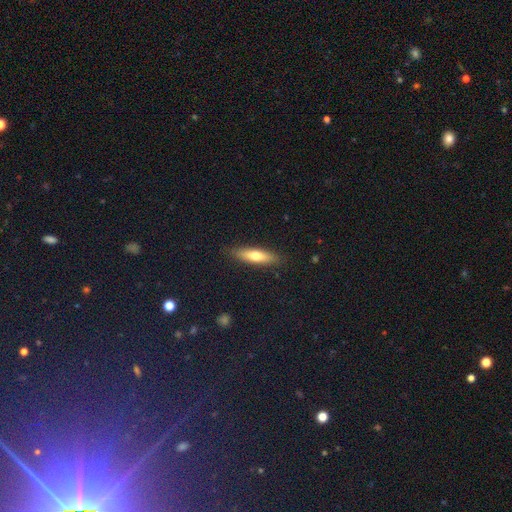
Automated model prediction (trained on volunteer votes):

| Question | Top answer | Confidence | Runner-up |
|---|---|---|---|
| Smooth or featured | smooth | 64% | featured or disk (30%) |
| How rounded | cigar-shaped | 67% | in between (31%) |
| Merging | none | 88% | minor disturbance (9%) |